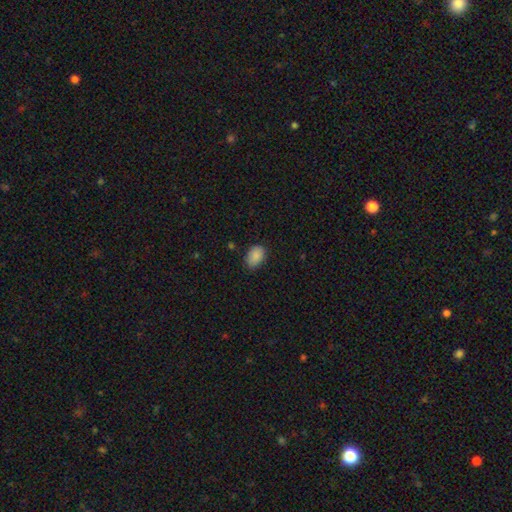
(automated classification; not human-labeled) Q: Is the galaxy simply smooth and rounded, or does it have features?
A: smooth — 88%.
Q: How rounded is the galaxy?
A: in between — 84%.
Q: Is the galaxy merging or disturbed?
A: none — 77%.